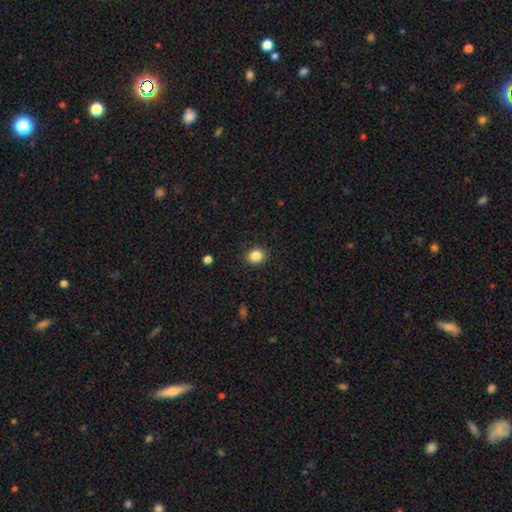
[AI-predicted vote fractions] This is clearly a smooth galaxy (85%). How rounded: likely round (71%). Merging: clearly none (90%).